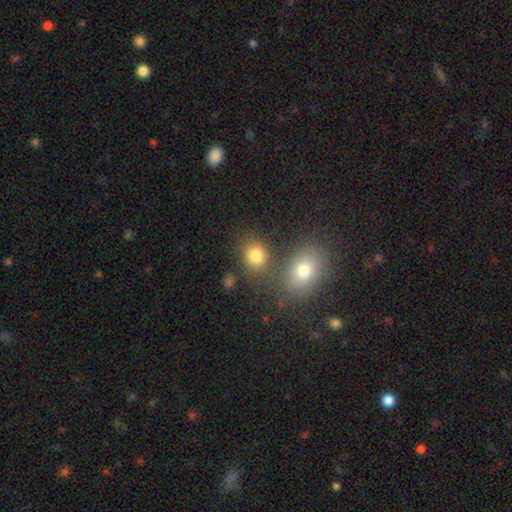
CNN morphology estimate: smooth 79%, star or artifact 13%, featured or disk 8%. Down the decision tree: how rounded — round (57%); merging — none (61%).